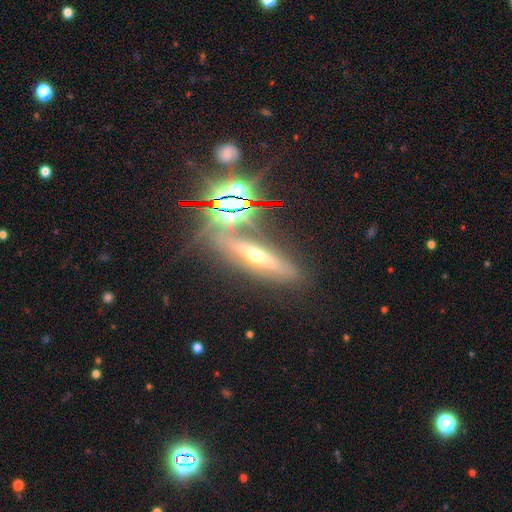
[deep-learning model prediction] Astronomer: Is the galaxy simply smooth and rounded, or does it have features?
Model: featured or disk — 48% (runner-up: star or artifact, 34%).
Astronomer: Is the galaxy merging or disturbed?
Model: none — 74%.